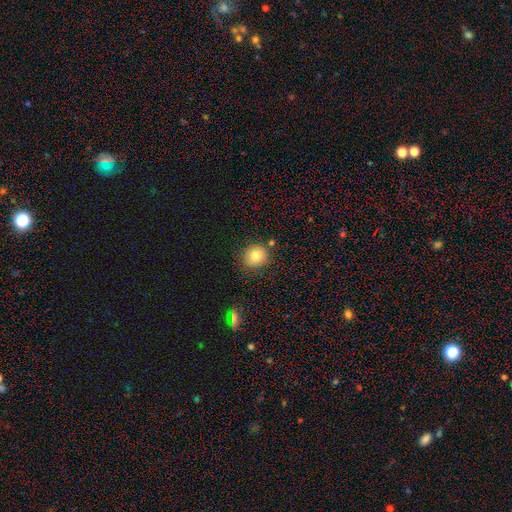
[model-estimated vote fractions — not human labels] smooth 78%, star or artifact 13%, featured or disk 9%. Down the decision tree: how rounded — round (87%); merging — none (81%).